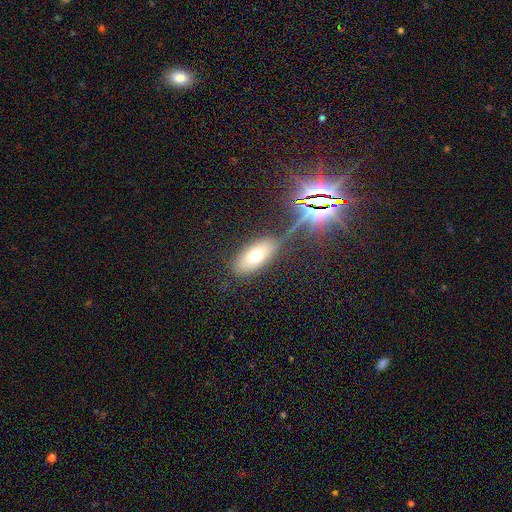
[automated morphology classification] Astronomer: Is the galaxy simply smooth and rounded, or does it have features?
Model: smooth — 66%.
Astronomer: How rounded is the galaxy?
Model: in between — 86%.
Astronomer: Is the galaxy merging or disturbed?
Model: none — 79%.